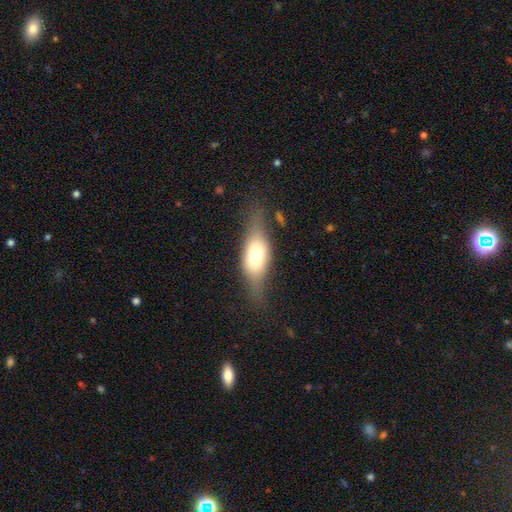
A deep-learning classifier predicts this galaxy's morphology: A smooth galaxy with no disk features (55%) that is in between round and cigar-shaped (68%). Merging: none (61%).